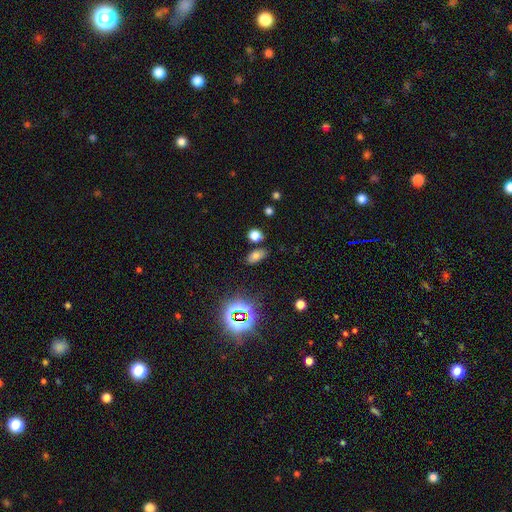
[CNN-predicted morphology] A smooth galaxy with no disk features (66%) that is in between round and cigar-shaped (88%). Merging: none (79%).